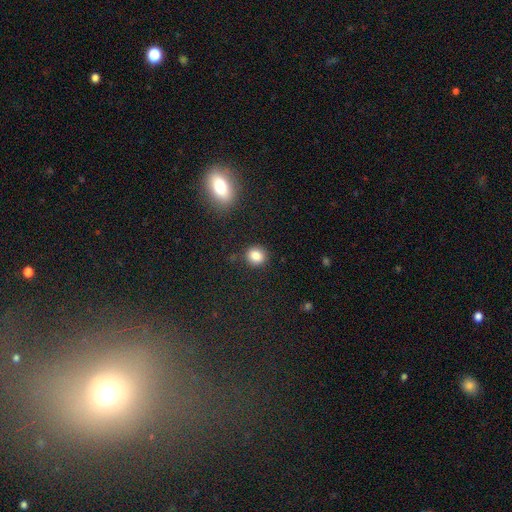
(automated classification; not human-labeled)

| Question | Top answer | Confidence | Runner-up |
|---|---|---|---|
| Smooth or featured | smooth | 85% | star or artifact (10%) |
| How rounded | round | 81% | in between (18%) |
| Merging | none | 87% | minor disturbance (8%) |